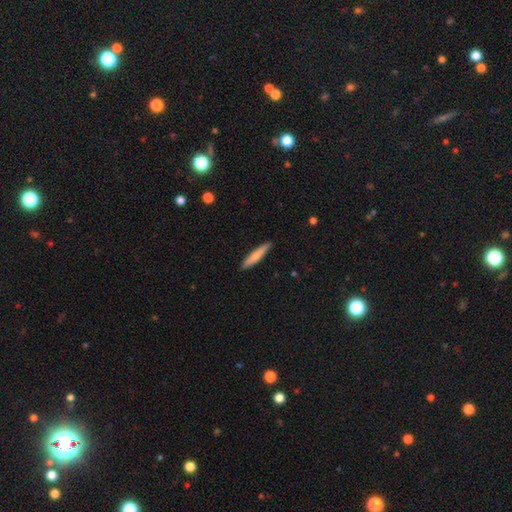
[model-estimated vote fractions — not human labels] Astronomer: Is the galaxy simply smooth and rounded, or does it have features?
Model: smooth — 70%.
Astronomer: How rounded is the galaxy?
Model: cigar-shaped — 90%.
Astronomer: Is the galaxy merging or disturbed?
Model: none — 90%.